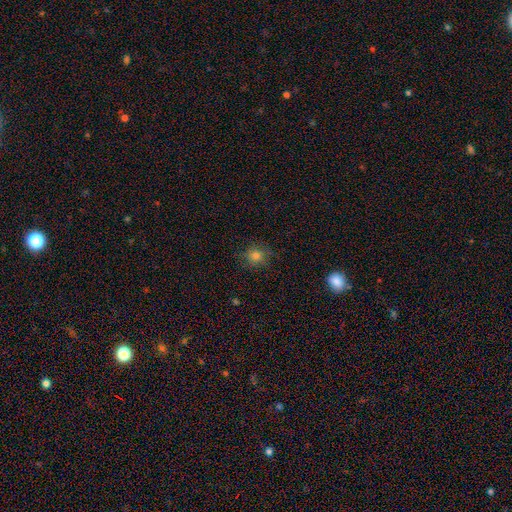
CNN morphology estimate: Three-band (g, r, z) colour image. It shows a smooth galaxy with no disk features (77%) that is round (84%). Merging: none (83%).